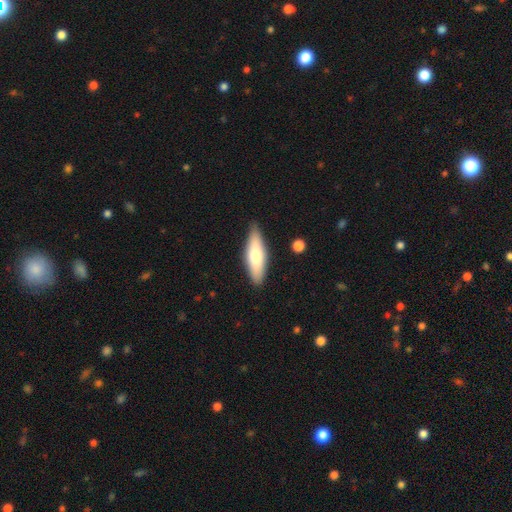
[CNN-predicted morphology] A smooth galaxy with no disk features (70%) that is cigar-shaped (49%, tied with in between).

Vote fractions:
- Smooth or featured? smooth: 70% / featured or disk: 25% / star or artifact: 5%
- How rounded? cigar-shaped: 49% (tied) / in between: 49% (tied) / round: 2%
- Merging? none: 84% / minor disturbance: 12% / major disturbance: 2% / merger: 2%